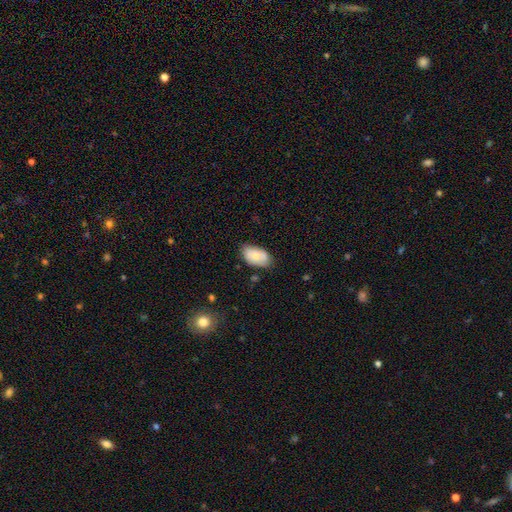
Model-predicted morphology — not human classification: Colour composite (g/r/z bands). It shows a smooth galaxy with no disk features (72%) that is in between round and cigar-shaped (93%). Merging: none (64%).